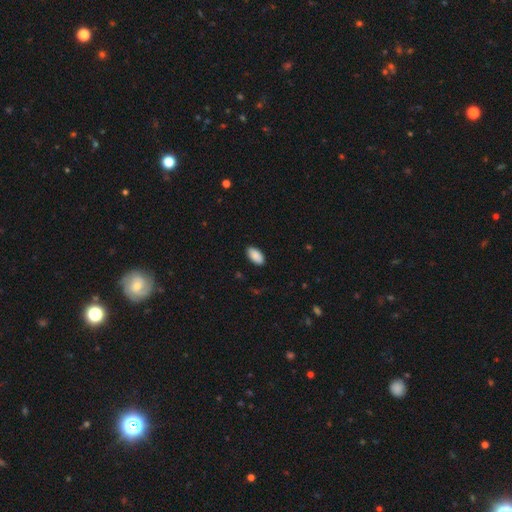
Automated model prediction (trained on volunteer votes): Smooth or featured: smooth — 90% (star or artifact — 6%)
How rounded: in between — 95% (cigar-shaped — 3%)
Merging: none — 88% (minor disturbance — 9%)